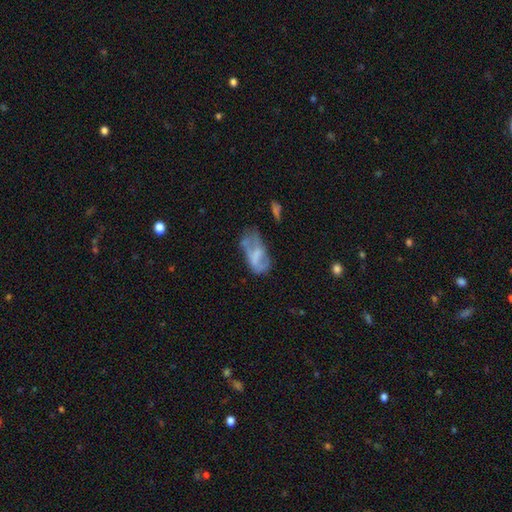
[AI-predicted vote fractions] The model was most divided on "smooth or featured": featured or disk: 47%, smooth: 43%, star or artifact: 10%. Remaining: merging — none (34%).